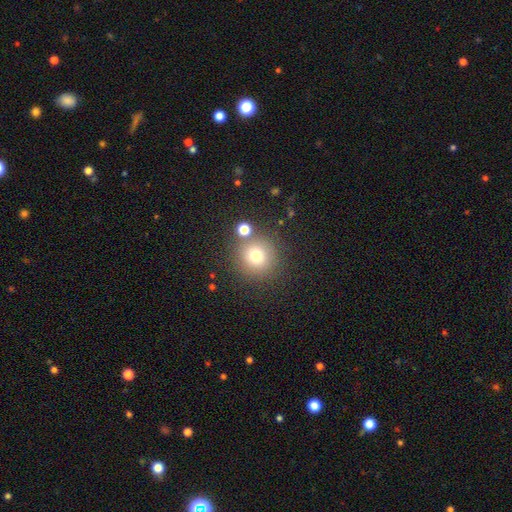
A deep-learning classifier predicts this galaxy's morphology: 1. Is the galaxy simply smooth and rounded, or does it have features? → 74% smooth, 15% star or artifact, 10% featured or disk.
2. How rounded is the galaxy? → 94% round, 6% in between, 1% cigar-shaped.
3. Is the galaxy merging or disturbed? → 78% none, 10% merger, 8% minor disturbance, 4% major disturbance.